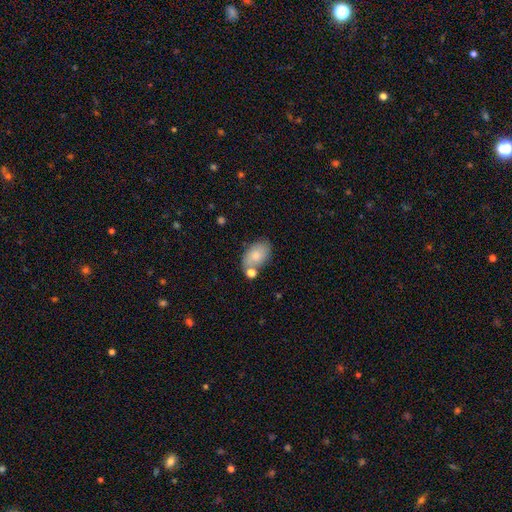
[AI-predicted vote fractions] This appears to be a smooth galaxy with no disk features (77%) that is in between round and cigar-shaped (89%). Merging: none (60%).